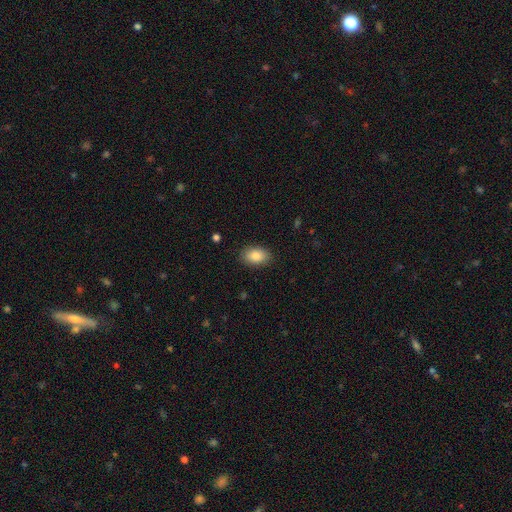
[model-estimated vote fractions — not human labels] Smooth or featured? smooth (86%)
How rounded? in between (89%)
Merging? none (86%)